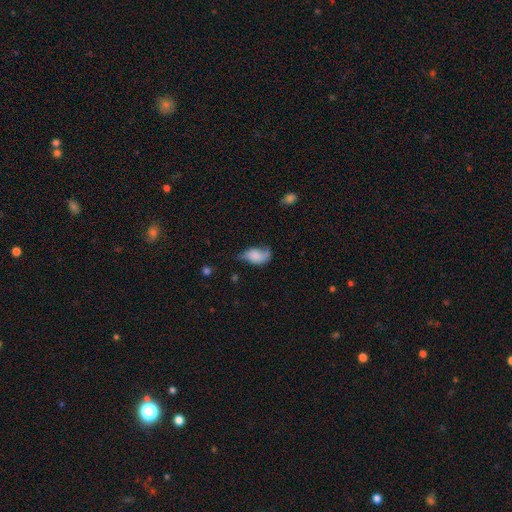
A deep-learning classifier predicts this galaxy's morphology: type=smooth (67%); roundness=in between (90%); merging=minor disturbance (42%).